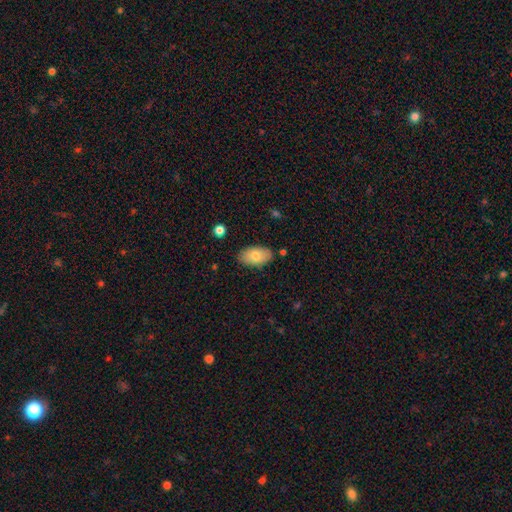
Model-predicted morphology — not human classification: smooth_or_featured: smooth (p=0.78) [alt: featured or disk p=0.16]
how_rounded: in between (p=0.94) [alt: round p=0.04]
merging: none (p=0.84) [alt: minor disturbance p=0.12]